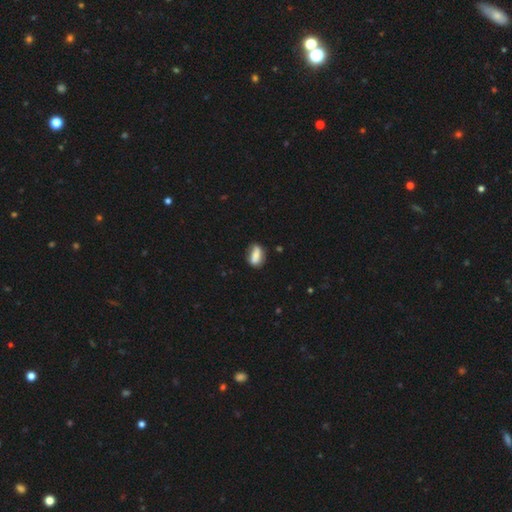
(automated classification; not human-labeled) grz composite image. It shows a smooth galaxy with no disk features (69%) that is in between round and cigar-shaped (80%). Merging: none (69%).